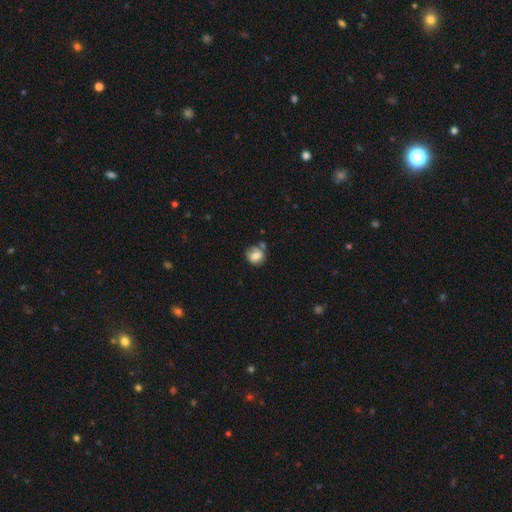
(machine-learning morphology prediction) This is likely a smooth galaxy (74%). How rounded: likely round (72%). Merging: possibly none (53%).